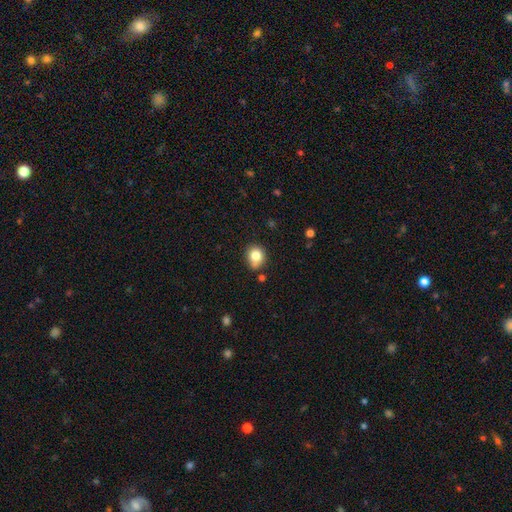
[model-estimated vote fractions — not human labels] smooth_or_featured: smooth (p=0.81) [alt: star or artifact p=0.11]
how_rounded: round (p=0.71) [alt: in between p=0.28]
merging: none (p=0.68) [alt: minor disturbance p=0.21]